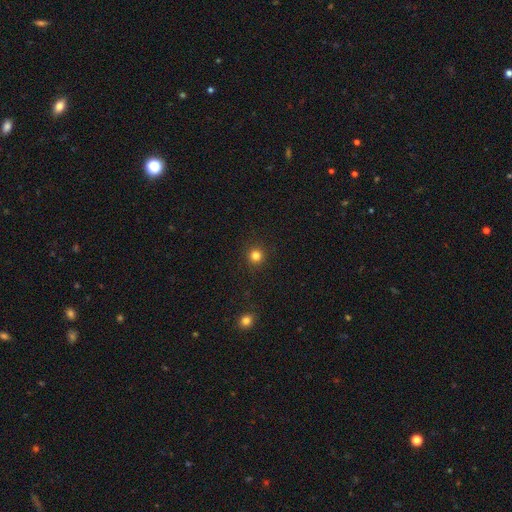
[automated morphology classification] Overall: smooth (82%). How rounded: round (94%). Merging: none (92%).